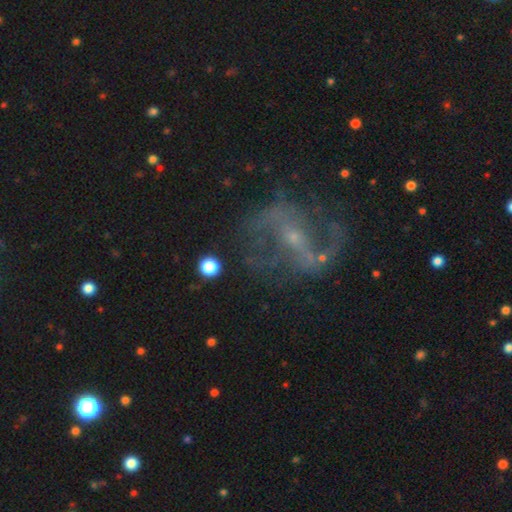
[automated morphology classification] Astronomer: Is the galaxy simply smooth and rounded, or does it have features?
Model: featured or disk — 80%.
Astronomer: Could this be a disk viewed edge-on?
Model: no — 96%.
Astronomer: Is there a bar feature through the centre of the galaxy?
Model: weak — 39% (runner-up: strong, 35%).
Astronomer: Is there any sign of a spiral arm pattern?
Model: yes — 84%.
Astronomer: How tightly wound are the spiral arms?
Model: loose — 54% (runner-up: medium, 35%).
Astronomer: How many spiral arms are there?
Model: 2 — 84%.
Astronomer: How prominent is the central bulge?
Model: small — 73%.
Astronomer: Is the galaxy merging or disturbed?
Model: none — 64%.